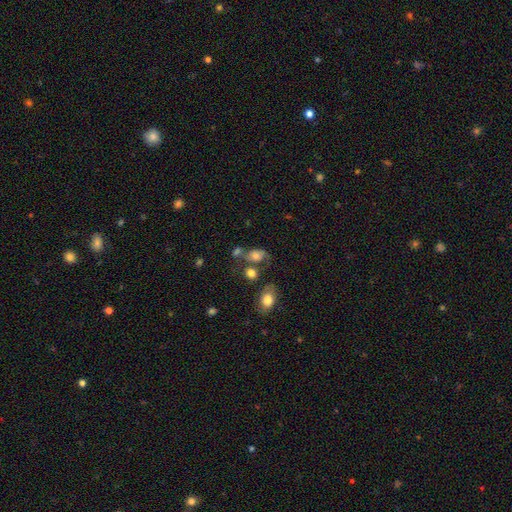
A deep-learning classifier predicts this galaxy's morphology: smooth 59%, featured or disk 29%, star or artifact 12%. Down the decision tree: how rounded — in between (73%); merging — none (39%).